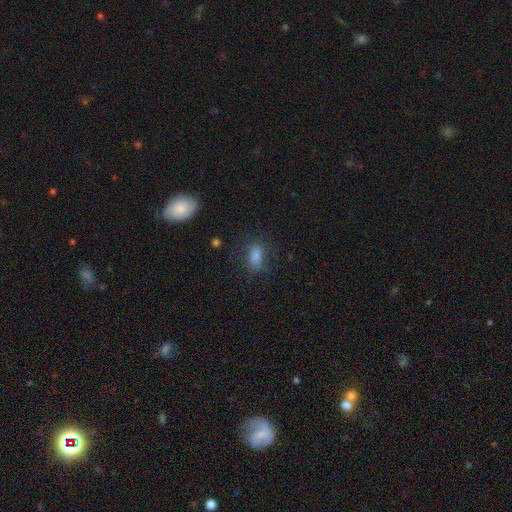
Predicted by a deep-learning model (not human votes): Morphology: type=smooth (77%); roundness=in between (80%); merging=none (72%).